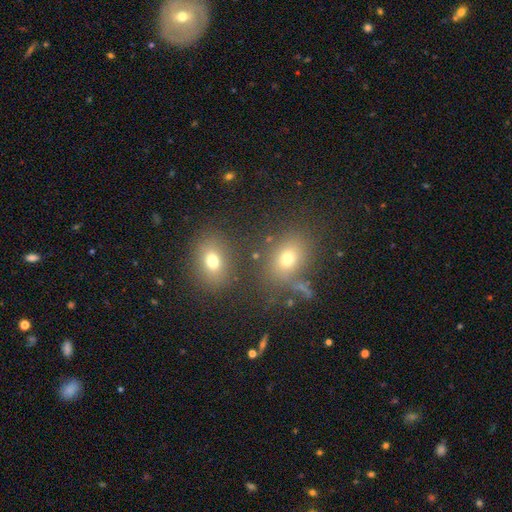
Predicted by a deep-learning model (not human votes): Q: Smooth or featured?
A: smooth (64%); runner-up: star or artifact (23%)
Q: How rounded?
A: in between (60%); runner-up: round (38%)
Q: Merging?
A: none (71%); runner-up: merger (13%)